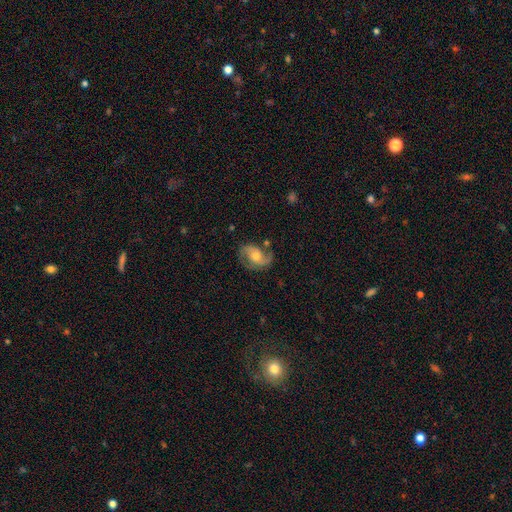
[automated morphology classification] The model was most divided on "spiral winding": medium: 48%, loose: 31%, tight: 21%. More confident: edge-on disk — no (97%); spiral arms — yes (94%); spiral arm count — 2 (86%); smooth or featured — featured or disk (77%); merging — none (69%); bulge size — moderate (61%); bar — no (58%).